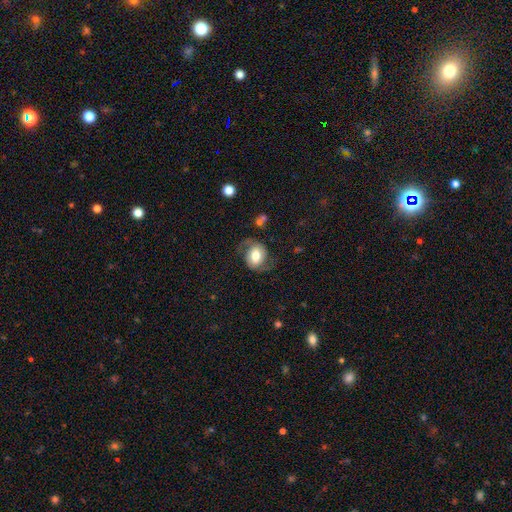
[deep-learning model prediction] smooth_or_featured: featured or disk (p=0.58) [alt: smooth p=0.34]
disk_edge_on: no (p=0.97) [alt: yes p=0.03]
bar: no (p=0.52) [alt: weak p=0.32]
has_spiral_arms: yes (p=0.85) [alt: no p=0.15]
bulge_size: moderate (p=0.58) [alt: large p=0.27]
merging: none (p=0.65) [alt: minor disturbance p=0.18]